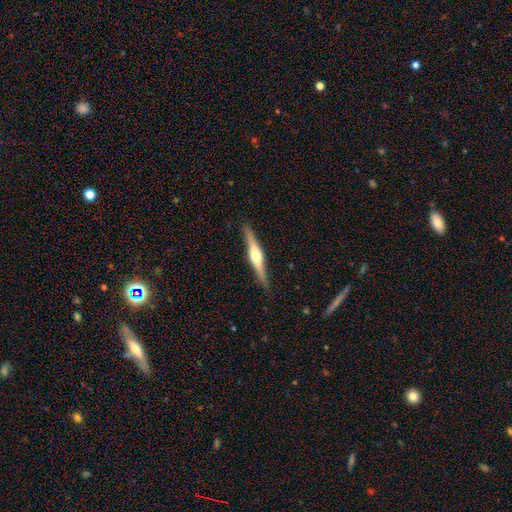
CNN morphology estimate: Smooth or featured? Predicted: featured or disk (p=0.72). Edge-on disk? Predicted: yes (p=0.97). Edge-on bulge? Predicted: rounded (p=0.91). Merging? Predicted: none (p=0.90).